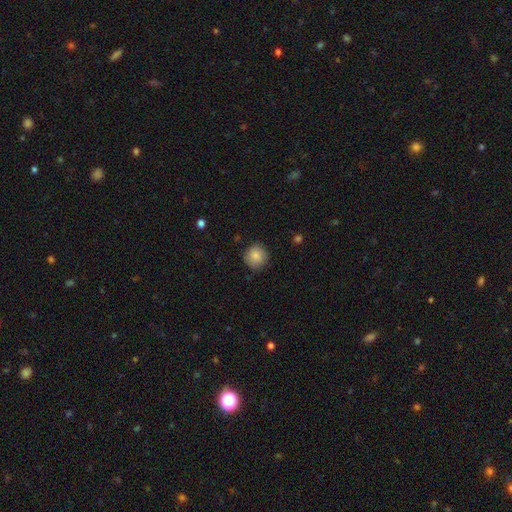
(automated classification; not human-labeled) A smooth galaxy with no disk features (86%) that is round (92%).

Vote fractions:
- Smooth or featured? smooth: 86% / star or artifact: 8% / featured or disk: 6%
- How rounded? round: 92% / in between: 7% / cigar-shaped: 1%
- Merging? none: 85% / minor disturbance: 11% / major disturbance: 2% / merger: 1%